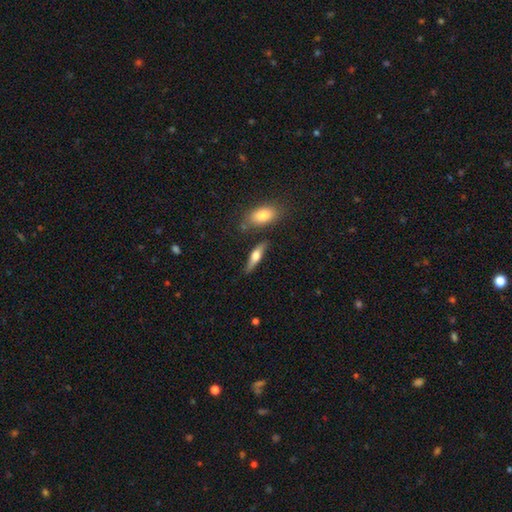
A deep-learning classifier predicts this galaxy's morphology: The model was most divided on "smooth or featured": smooth: 49%, featured or disk: 44%, star or artifact: 6%. More confident: merging — none (76%).